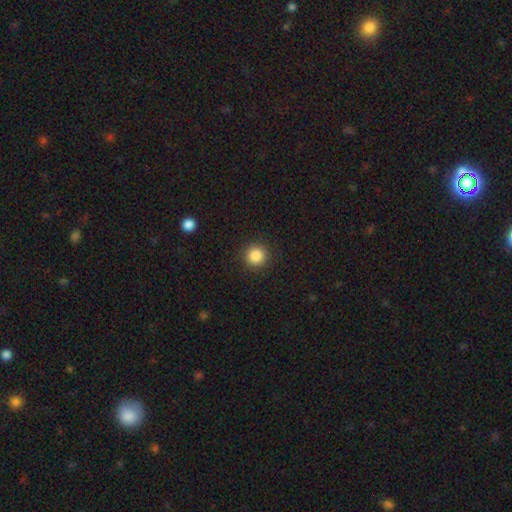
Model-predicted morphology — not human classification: Smooth or featured? Predicted: smooth (p=0.86). How rounded? Predicted: round (p=0.93). Merging? Predicted: none (p=0.91).